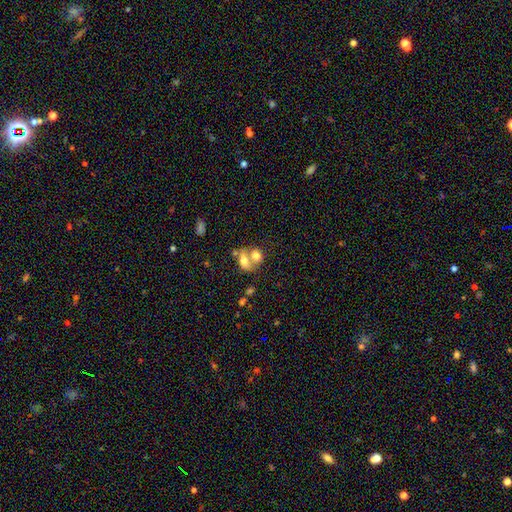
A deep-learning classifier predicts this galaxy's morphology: The model was most divided on "how rounded": in between: 64%, round: 33%, cigar-shaped: 3%. More confident: smooth or featured — smooth (71%); merging — merger (64%).